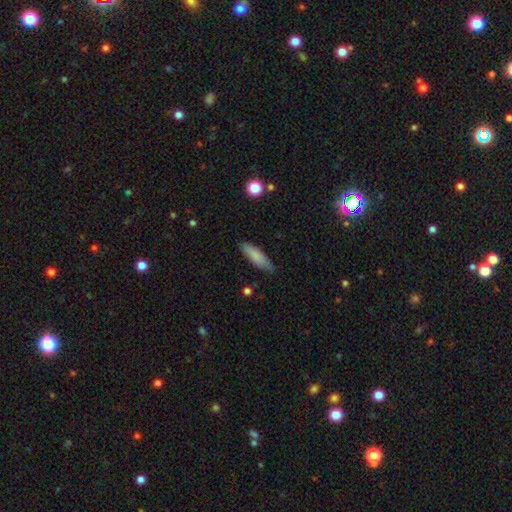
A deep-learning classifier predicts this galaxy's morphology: This appears to be a smooth galaxy with no disk features (82%) that is cigar-shaped (55%). Merging: none (82%).